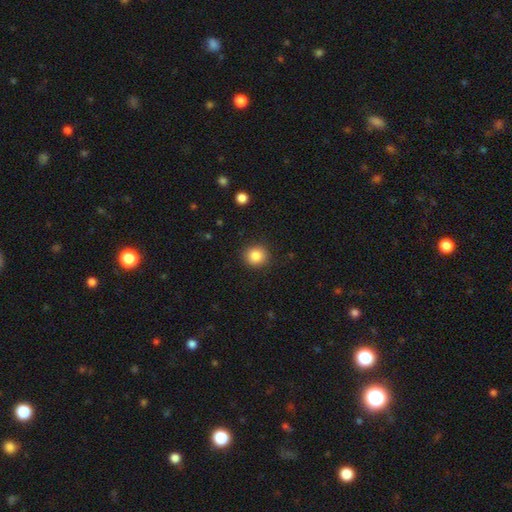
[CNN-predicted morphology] Smooth or featured?
  - smooth: 85% *
  - star or artifact: 10%
  - featured or disk: 5%
How rounded?
  - round: 87% *
  - in between: 12%
  - cigar-shaped: 1%
Merging?
  - none: 90% *
  - minor disturbance: 7%
  - major disturbance: 2%
  - merger: 1%